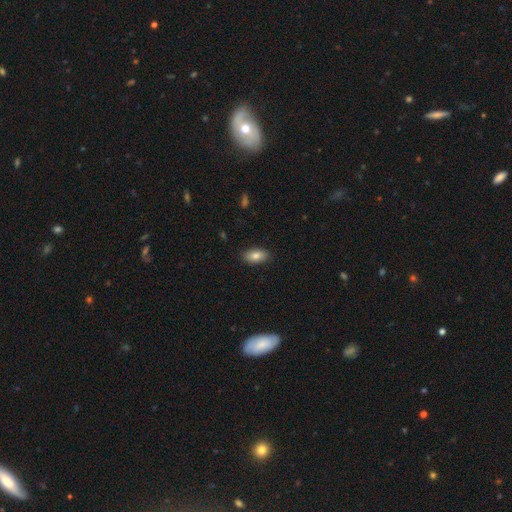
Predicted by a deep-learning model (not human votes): Morphology: type=smooth (81%); roundness=in between (92%); merging=none (88%).